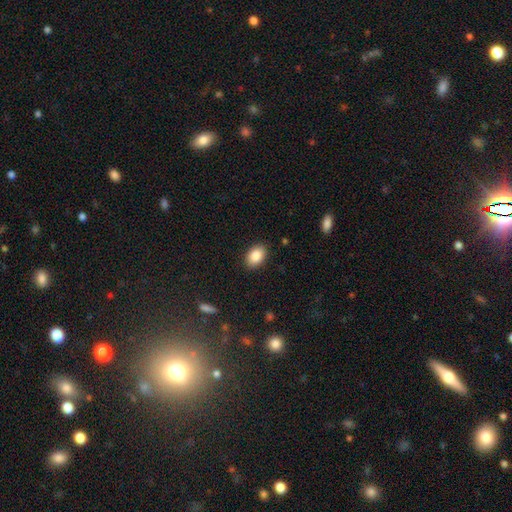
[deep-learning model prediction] Smooth or featured?
  - smooth: 87% *
  - star or artifact: 7%
  - featured or disk: 6%
How rounded?
  - in between: 87% *
  - round: 12%
  - cigar-shaped: 1%
Merging?
  - none: 88% *
  - minor disturbance: 9%
  - major disturbance: 2%
  - merger: 1%